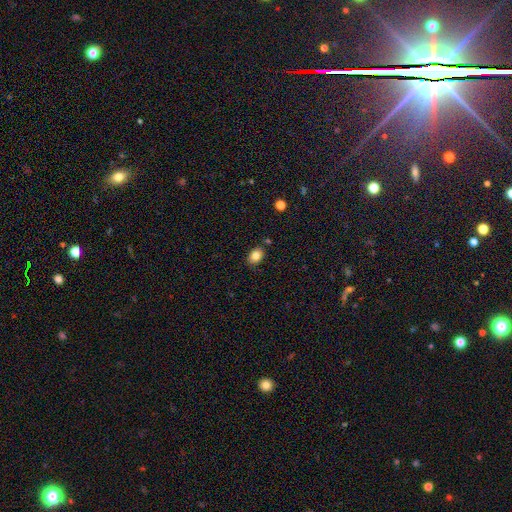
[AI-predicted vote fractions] This is clearly a smooth galaxy (83%). How rounded: likely in between (74%). Merging: clearly none (84%).